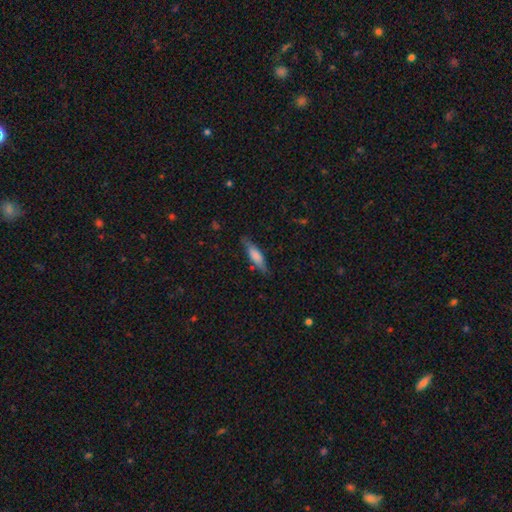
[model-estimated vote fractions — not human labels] The model was most divided on "how rounded": cigar-shaped: 66%, in between: 33%, round: 2%. More confident: merging — none (77%); smooth or featured — smooth (67%).